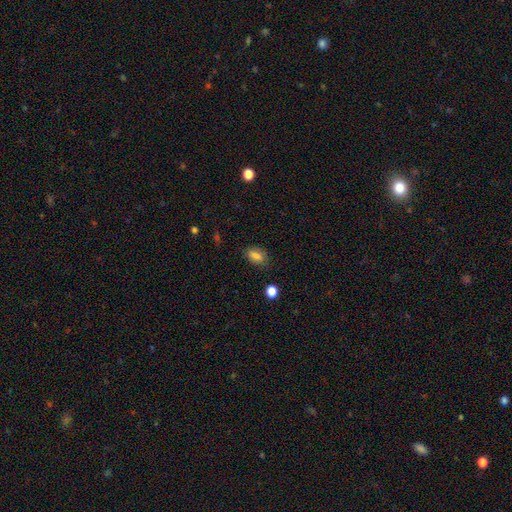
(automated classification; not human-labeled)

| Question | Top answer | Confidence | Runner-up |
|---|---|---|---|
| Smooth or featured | smooth | 83% | star or artifact (10%) |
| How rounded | in between | 86% | round (10%) |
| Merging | none | 77% | minor disturbance (17%) |